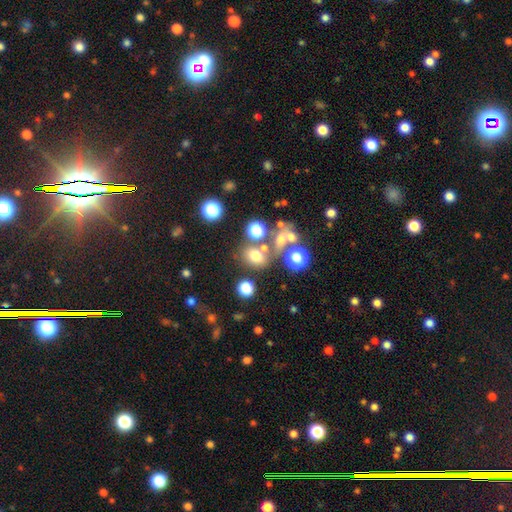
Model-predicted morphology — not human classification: smooth-or-featured: smooth: 65% | star or artifact: 21% | featured or disk: 14%
  how-rounded: round: 49% (tied) | in between: 49% (tied) | cigar-shaped: 2%
  merging: none: 55% | merger: 25% | minor disturbance: 12% | major disturbance: 7%